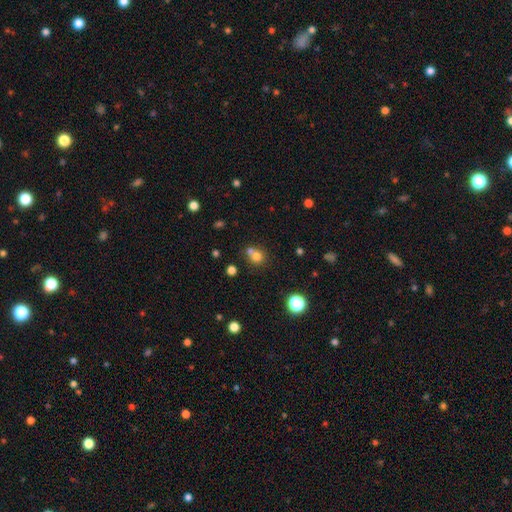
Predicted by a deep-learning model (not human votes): Smooth or featured: smooth — 73% (star or artifact — 17%)
How rounded: round — 83% (in between — 16%)
Merging: none — 48% (merger — 41%)